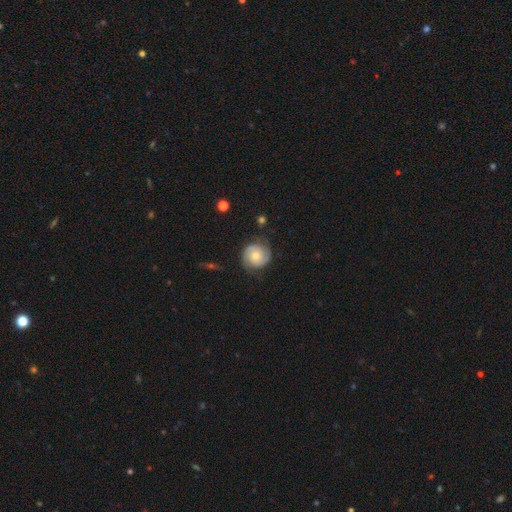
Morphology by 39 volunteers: This appears to be a featured or disk galaxy (72%) with no bar (54%), 2 (72%) tight (48%) spiral arms (89%) and a moderate central bulge (61%). Merging: none (78%).